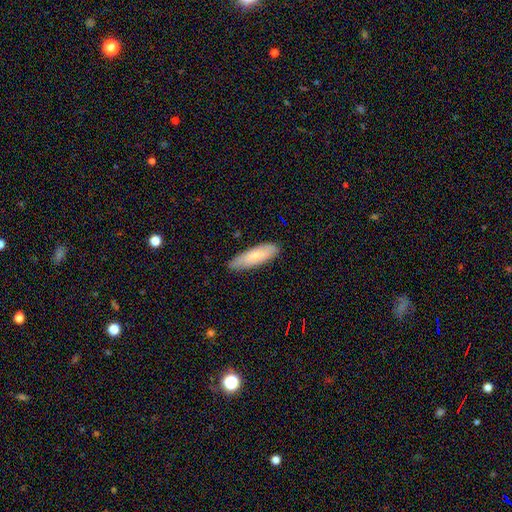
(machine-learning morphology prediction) smooth-or-featured: smooth: 72% | featured or disk: 22% | star or artifact: 6%
  how-rounded: in between: 52% | cigar-shaped: 47% | round: 2%
  merging: none: 81% | minor disturbance: 16% | major disturbance: 2% | merger: 1%